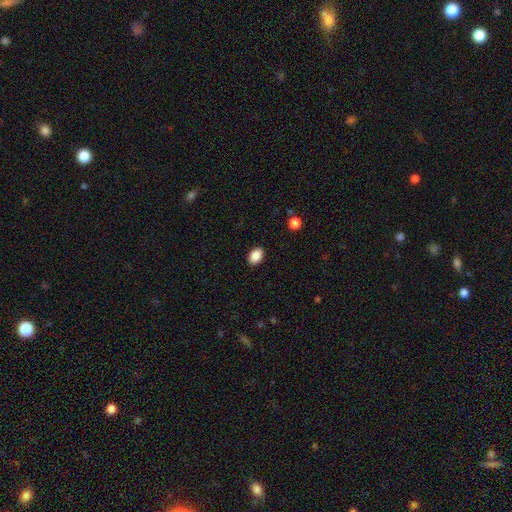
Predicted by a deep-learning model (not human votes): Overall: smooth (89%). How rounded: in between (85%). Merging: none (89%).